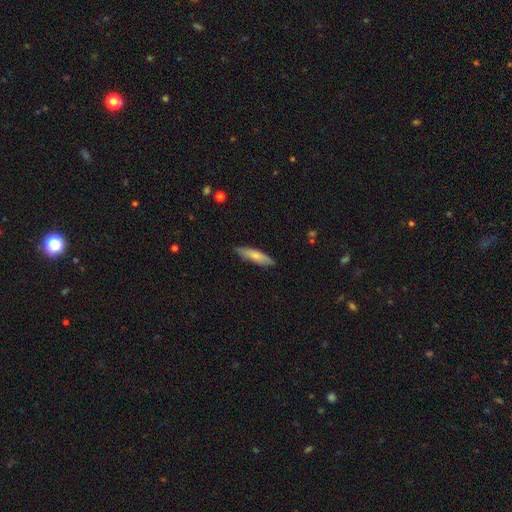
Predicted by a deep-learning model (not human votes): Smooth or featured: smooth — 72% (featured or disk — 23%)
How rounded: cigar-shaped — 73% (in between — 25%)
Merging: none — 84% (minor disturbance — 12%)